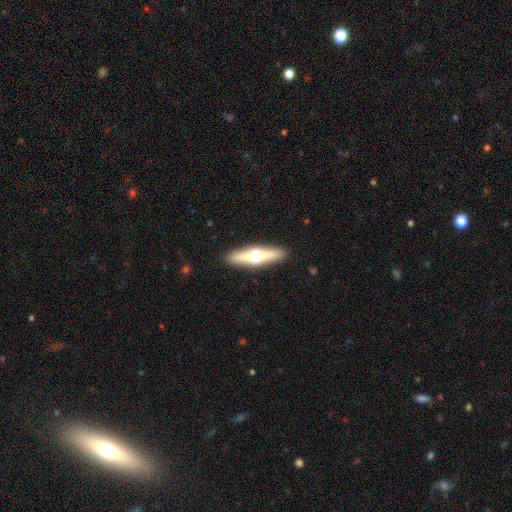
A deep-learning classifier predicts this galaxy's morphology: This is possibly a featured or disk galaxy (57%). It is clearly viewed edge-on (91%). Edge-on bulge: clearly rounded (95%). Merging: clearly none (90%).